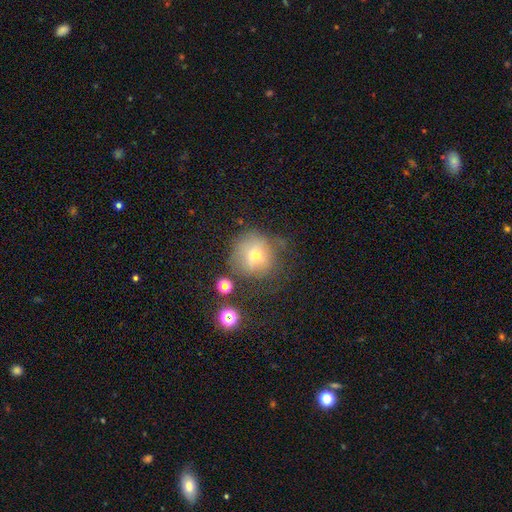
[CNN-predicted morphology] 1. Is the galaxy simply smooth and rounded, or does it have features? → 67% smooth, 19% featured or disk, 13% star or artifact.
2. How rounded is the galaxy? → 89% round, 10% in between, 1% cigar-shaped.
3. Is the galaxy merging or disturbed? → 55% none, 23% minor disturbance, 16% major disturbance, 6% merger.